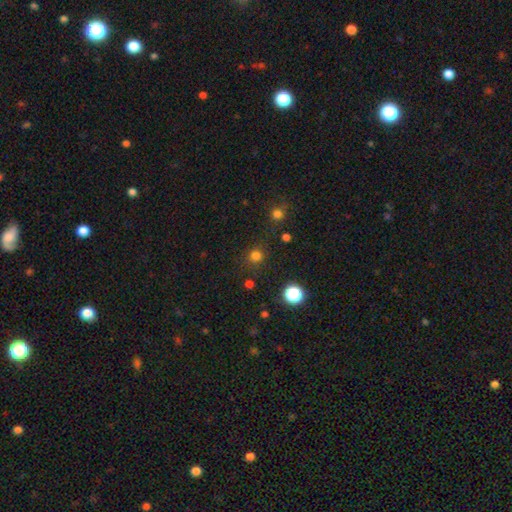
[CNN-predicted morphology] Q: Smooth or featured?
A: smooth (75%); runner-up: star or artifact (20%)
Q: How rounded?
A: round (92%); runner-up: in between (7%)
Q: Merging?
A: none (84%); runner-up: minor disturbance (9%)